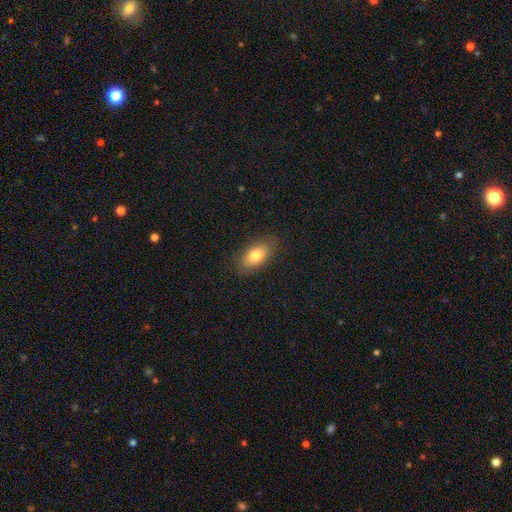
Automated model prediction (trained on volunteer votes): A smooth galaxy with no disk features (78%) that is in between round and cigar-shaped (89%). Merging: none (86%).